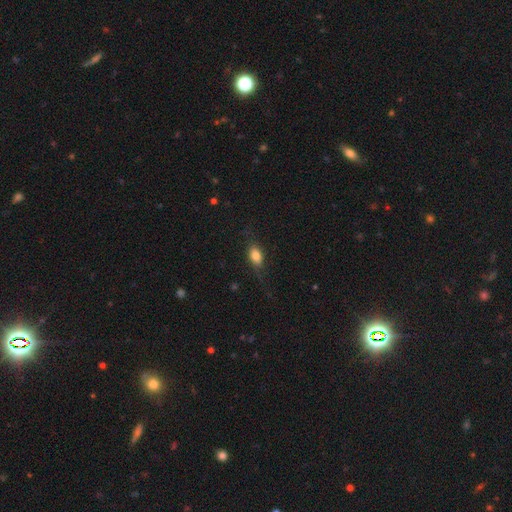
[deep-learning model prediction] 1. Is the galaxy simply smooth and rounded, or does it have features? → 74% smooth, 18% featured or disk, 8% star or artifact.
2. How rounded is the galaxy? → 81% in between, 11% round, 9% cigar-shaped.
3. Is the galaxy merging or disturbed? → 67% none, 20% minor disturbance, 12% major disturbance, 1% merger.